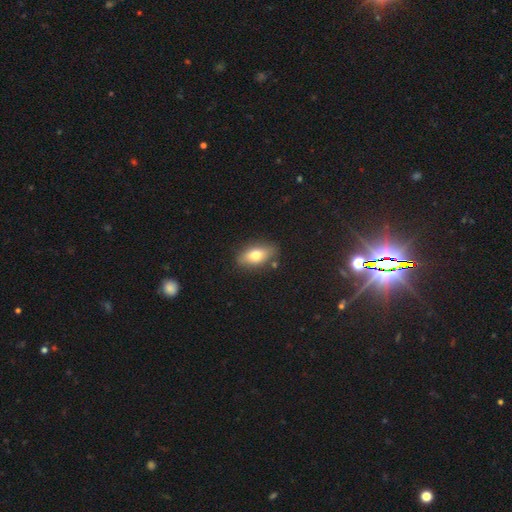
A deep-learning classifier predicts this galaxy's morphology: This appears to be a smooth galaxy with no disk features (73%) that is in between round and cigar-shaped (86%). Merging: none (82%).